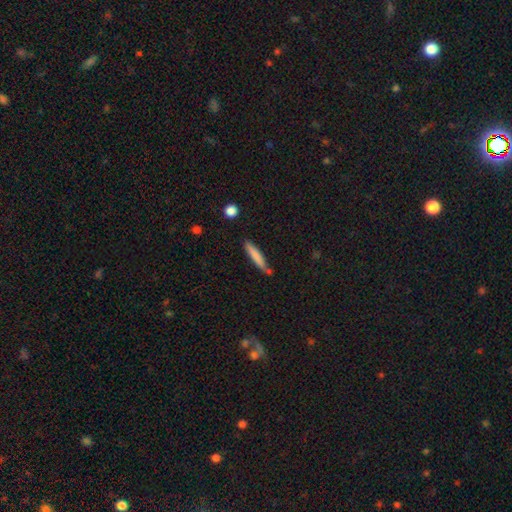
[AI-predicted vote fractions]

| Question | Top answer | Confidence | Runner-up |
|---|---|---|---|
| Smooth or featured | smooth | 77% | featured or disk (18%) |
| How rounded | cigar-shaped | 92% | in between (7%) |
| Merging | none | 71% | minor disturbance (18%) |